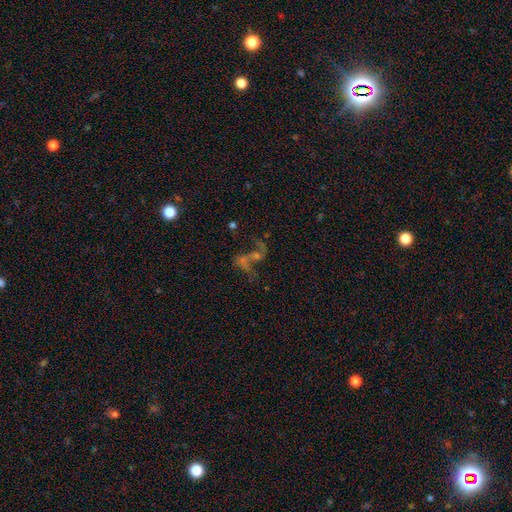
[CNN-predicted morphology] This appears to be a featured or disk galaxy (63%) with no bar (60%), spiral arms (72%) and a small central bulge (40%). Merging: none (35%).